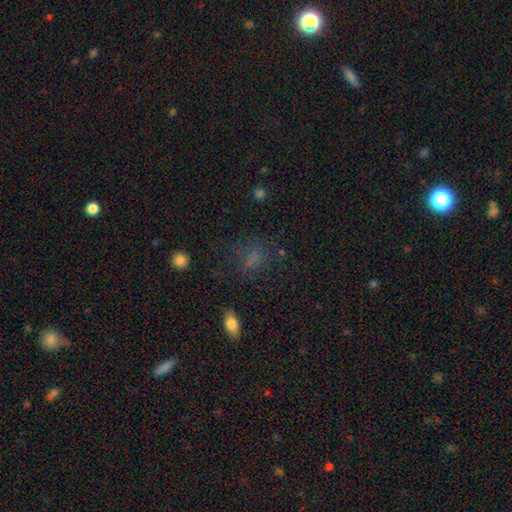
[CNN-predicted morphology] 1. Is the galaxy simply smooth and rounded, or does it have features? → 61% smooth, 25% star or artifact, 15% featured or disk.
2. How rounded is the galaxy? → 54% in between, 42% round, 4% cigar-shaped.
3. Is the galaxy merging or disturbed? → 64% none, 19% minor disturbance, 14% major disturbance, 3% merger.